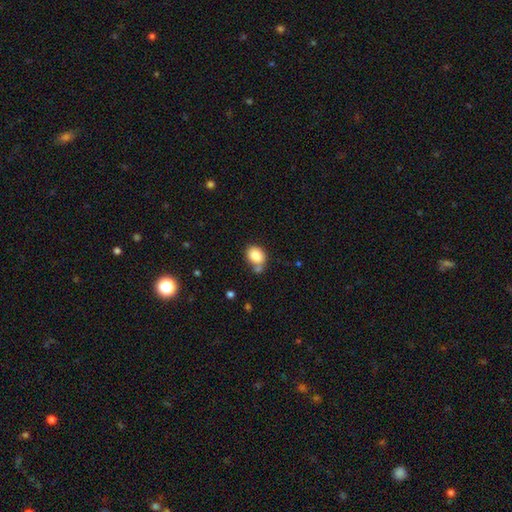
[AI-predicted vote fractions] The model was most divided on "how rounded": in between: 64%, round: 35%, cigar-shaped: 1%. More confident: smooth or featured — smooth (85%); merging — none (58%).